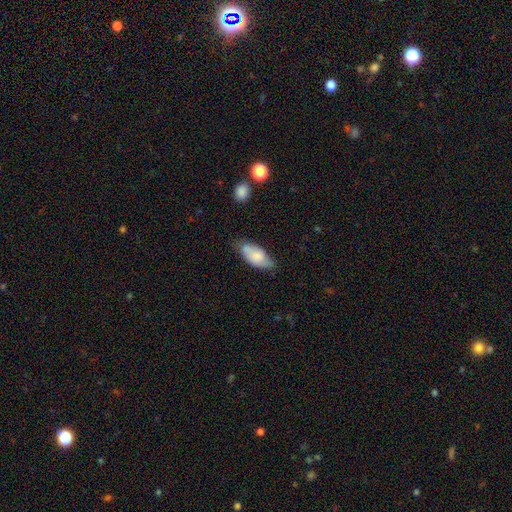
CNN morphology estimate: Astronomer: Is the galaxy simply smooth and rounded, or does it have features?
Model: smooth — 73%.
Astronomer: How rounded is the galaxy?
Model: in between — 89%.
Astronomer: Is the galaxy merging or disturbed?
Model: none — 58%.